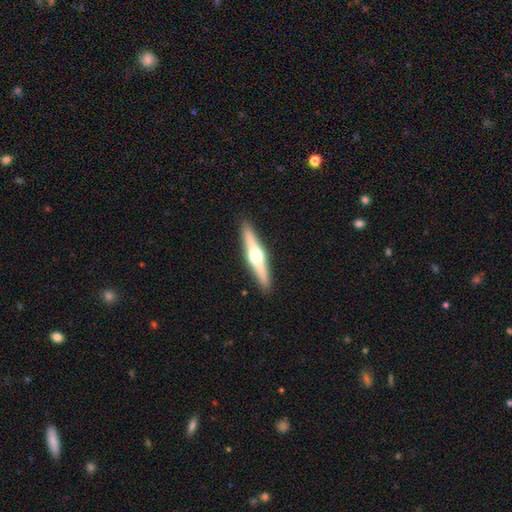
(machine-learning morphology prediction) This is likely a featured or disk galaxy (66%). It is clearly viewed edge-on (97%). Edge-on bulge: clearly rounded (95%). Merging: clearly none (91%).